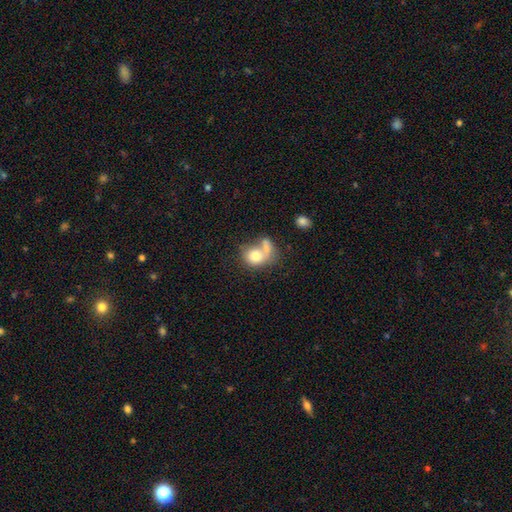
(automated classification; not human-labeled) A smooth galaxy with no disk features (73%) that is round (58%).

Vote fractions:
- Smooth or featured? smooth: 73% / featured or disk: 19% / star or artifact: 8%
- How rounded? round: 58% / in between: 41% / cigar-shaped: 1%
- Merging? merger: 53% / none: 24% / major disturbance: 12% / minor disturbance: 10%